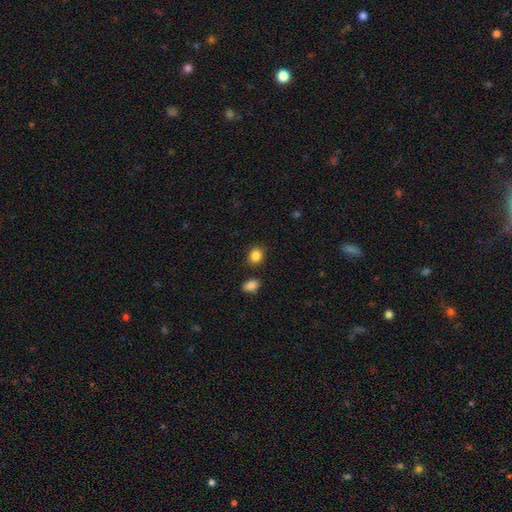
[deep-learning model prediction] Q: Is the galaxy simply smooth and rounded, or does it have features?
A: smooth — 87%.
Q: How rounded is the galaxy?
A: round — 61%.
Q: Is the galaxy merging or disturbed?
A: none — 84%.